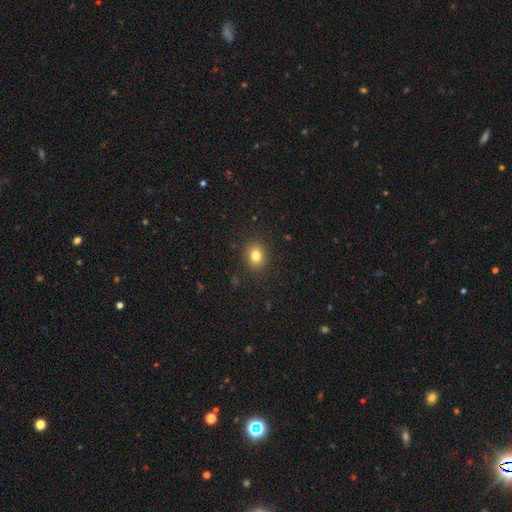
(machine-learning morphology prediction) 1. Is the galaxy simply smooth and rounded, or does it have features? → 81% smooth, 12% star or artifact, 7% featured or disk.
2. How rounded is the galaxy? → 57% round, 42% in between, 1% cigar-shaped.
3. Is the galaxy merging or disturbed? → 89% none, 8% minor disturbance, 2% major disturbance, 1% merger.